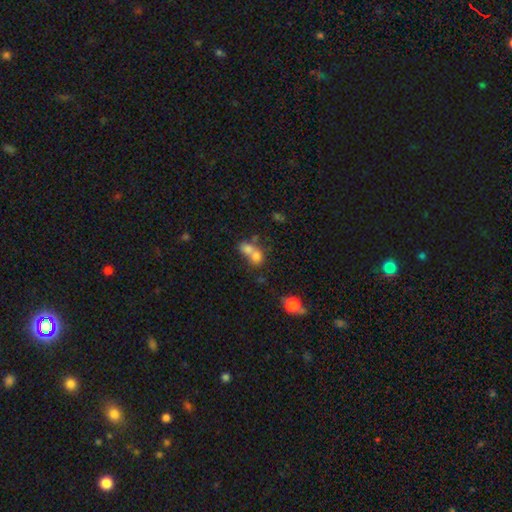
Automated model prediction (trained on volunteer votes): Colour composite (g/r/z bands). It shows a smooth galaxy with no disk features (70%) that is in between round and cigar-shaped (49%). Merging: merger (69%).